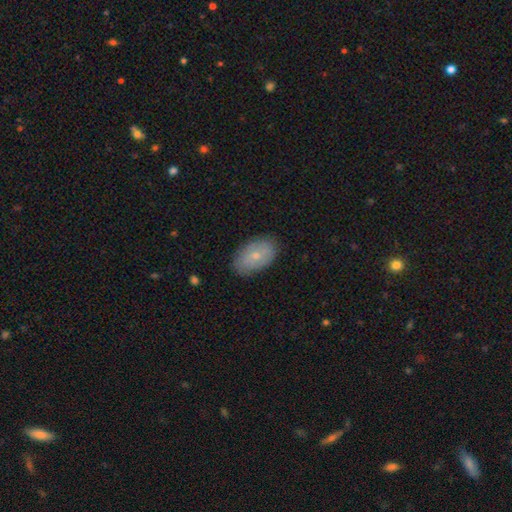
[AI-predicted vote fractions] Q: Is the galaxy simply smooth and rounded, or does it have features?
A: smooth — 67%.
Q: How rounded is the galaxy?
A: in between — 91%.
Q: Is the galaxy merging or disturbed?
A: none — 82%.